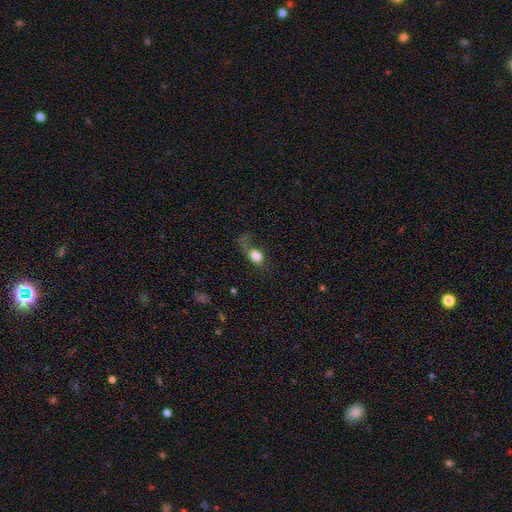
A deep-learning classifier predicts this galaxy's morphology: Smooth or featured: smooth — 72% (featured or disk — 18%)
How rounded: in between — 58% (round — 39%)
Merging: major disturbance — 46% (none — 29%)